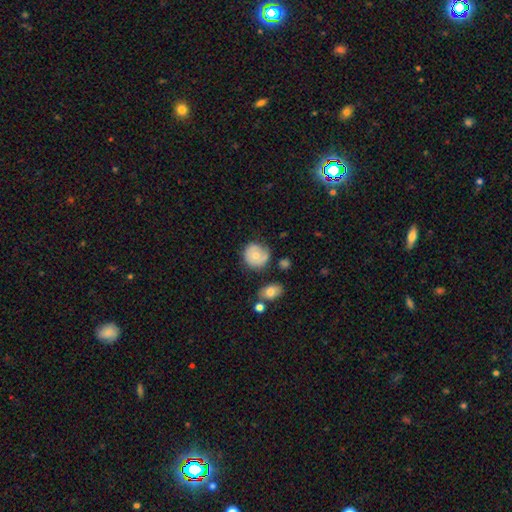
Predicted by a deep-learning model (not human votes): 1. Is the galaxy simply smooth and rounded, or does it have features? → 59% smooth, 34% featured or disk, 8% star or artifact.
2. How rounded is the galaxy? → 85% round, 14% in between, 1% cigar-shaped.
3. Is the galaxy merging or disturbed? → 63% none, 25% minor disturbance, 7% major disturbance, 4% merger.